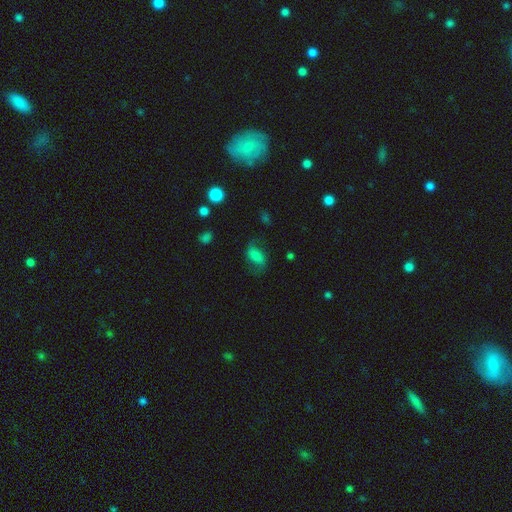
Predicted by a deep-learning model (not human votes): A featured or disk galaxy (46%). Merging: none (64%).